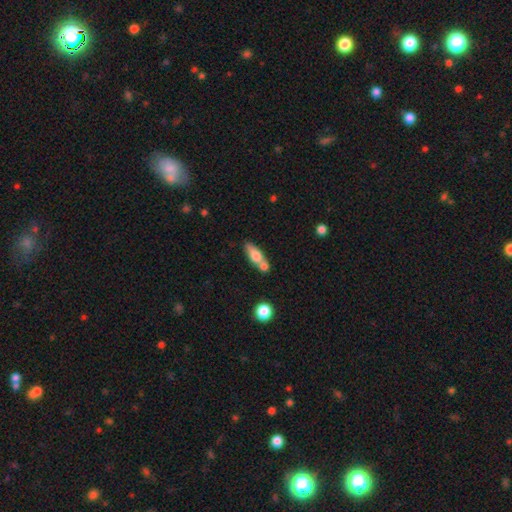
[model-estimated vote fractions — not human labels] Q: Smooth or featured?
A: smooth (68%); runner-up: featured or disk (24%)
Q: How rounded?
A: in between (60%); runner-up: cigar-shaped (34%)
Q: Merging?
A: none (45%); runner-up: merger (37%)